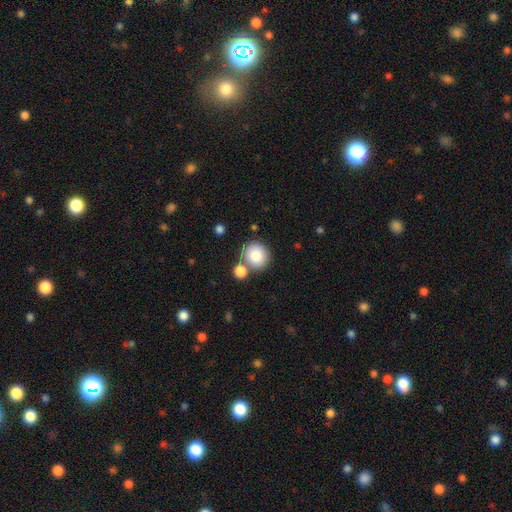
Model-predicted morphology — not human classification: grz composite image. It shows a smooth galaxy with no disk features (82%) that is round (87%). Merging: none (64%).